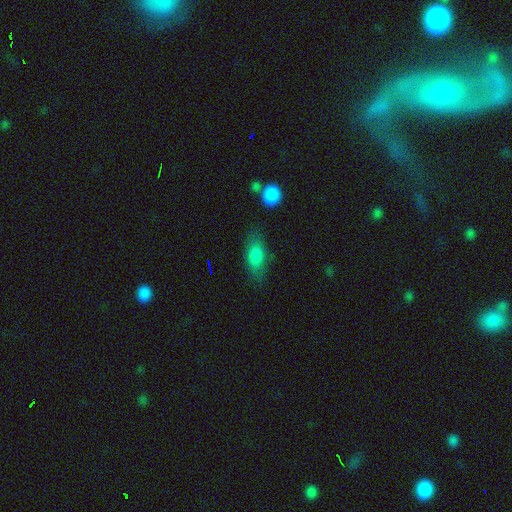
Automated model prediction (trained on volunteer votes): Smooth or featured?
  - smooth: 80% *
  - featured or disk: 12%
  - star or artifact: 8%
How rounded?
  - in between: 81% *
  - cigar-shaped: 13%
  - round: 6%
Merging?
  - none: 72% *
  - minor disturbance: 18%
  - major disturbance: 7%
  - merger: 3%